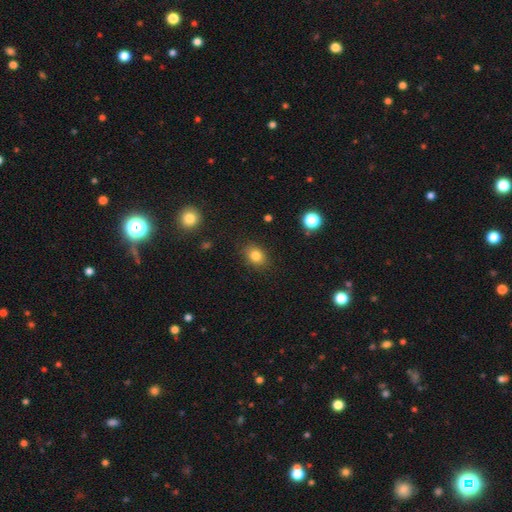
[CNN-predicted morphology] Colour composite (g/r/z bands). It shows a smooth galaxy with no disk features (82%) that is in between round and cigar-shaped (62%). Merging: none (85%).